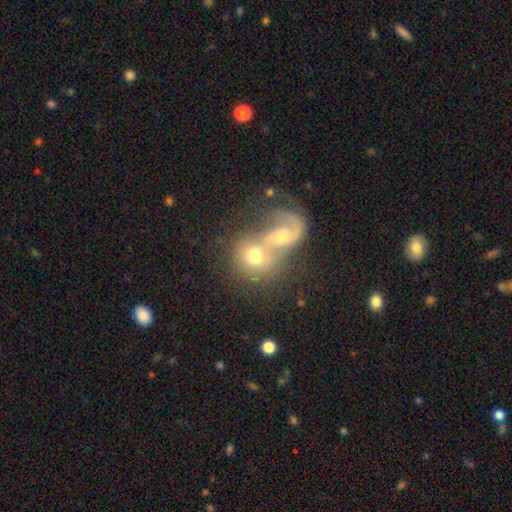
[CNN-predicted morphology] Smooth or featured?
  - smooth: 52% *
  - featured or disk: 38%
  - star or artifact: 10%
How rounded?
  - round: 71% *
  - in between: 27%
  - cigar-shaped: 1%
Merging?
  - merger: 68% *
  - none: 20%
  - major disturbance: 6%
  - minor disturbance: 6%